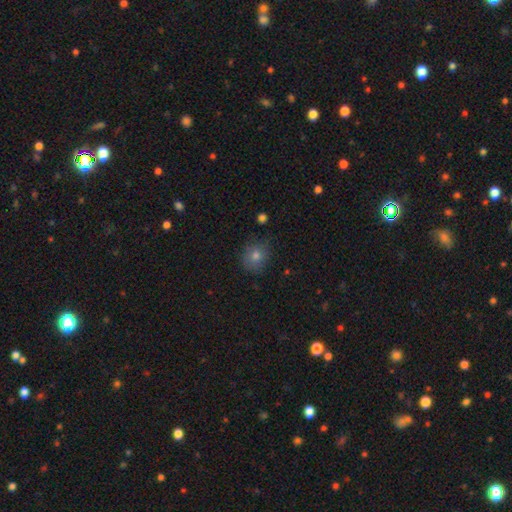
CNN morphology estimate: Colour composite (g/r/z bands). It shows a smooth galaxy with no disk features (74%) that is round (79%). Merging: none (80%).